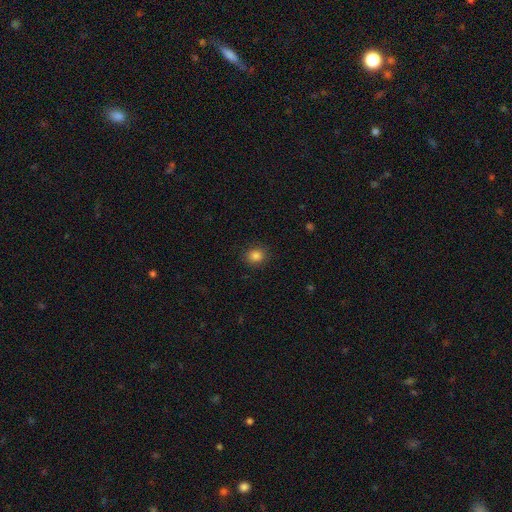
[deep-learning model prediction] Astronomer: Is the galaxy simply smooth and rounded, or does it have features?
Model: smooth — 84%.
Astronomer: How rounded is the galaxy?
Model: round — 75%.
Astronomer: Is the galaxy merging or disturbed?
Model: none — 90%.